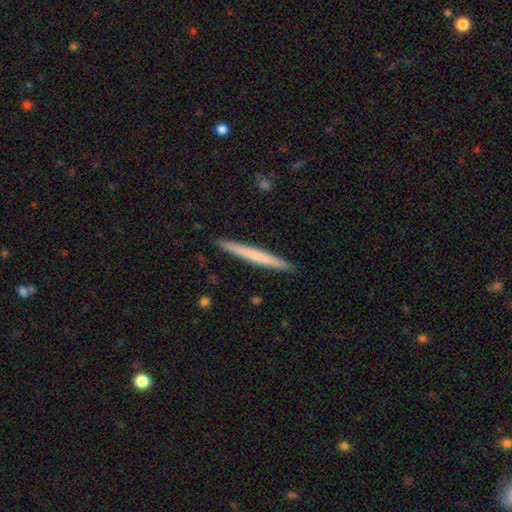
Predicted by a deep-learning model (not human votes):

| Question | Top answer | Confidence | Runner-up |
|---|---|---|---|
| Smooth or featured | smooth | 60% | featured or disk (35%) |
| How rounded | cigar-shaped | 97% | in between (2%) |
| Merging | none | 92% | minor disturbance (5%) |